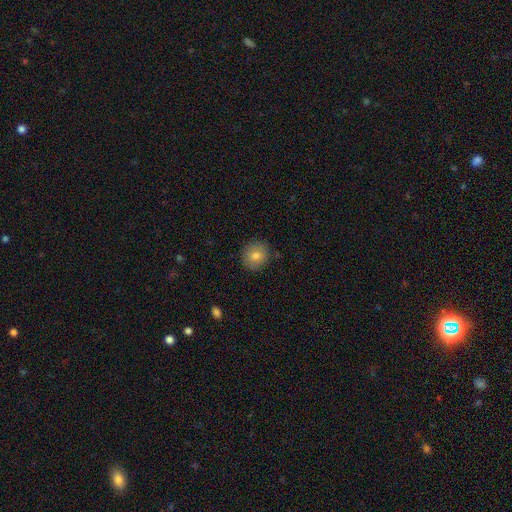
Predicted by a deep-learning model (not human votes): smooth_or_featured: smooth (p=0.78) [alt: featured or disk p=0.12]
how_rounded: round (p=0.88) [alt: in between p=0.11]
merging: none (p=0.89) [alt: minor disturbance p=0.08]